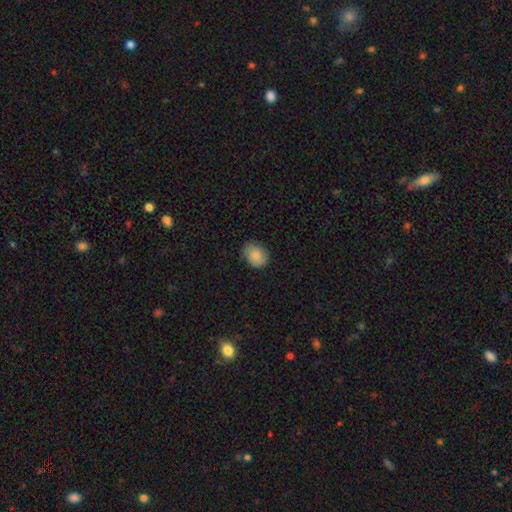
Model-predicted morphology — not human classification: smooth-or-featured: smooth: 83% | featured or disk: 10% | star or artifact: 7%
  how-rounded: in between: 64% | round: 35% | cigar-shaped: 1%
  merging: none: 75% | minor disturbance: 20% | major disturbance: 3% | merger: 1%